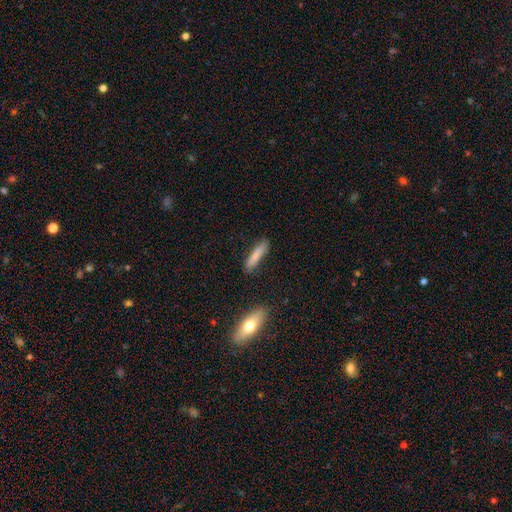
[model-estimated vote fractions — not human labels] This appears to be a smooth galaxy with no disk features (79%) that is cigar-shaped (82%). Merging: none (82%).